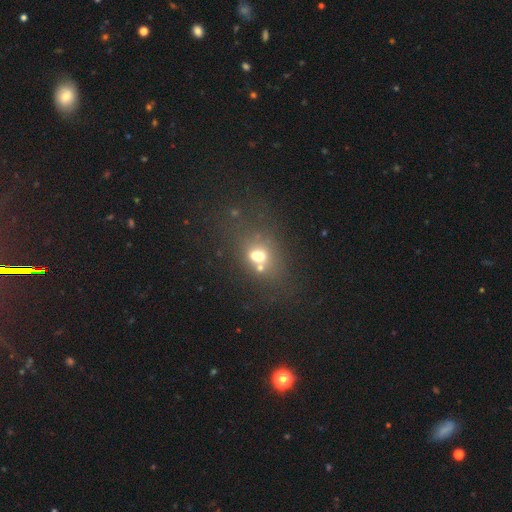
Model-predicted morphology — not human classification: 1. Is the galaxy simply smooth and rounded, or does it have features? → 57% smooth, 24% featured or disk, 19% star or artifact.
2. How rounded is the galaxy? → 54% in between, 44% round, 2% cigar-shaped.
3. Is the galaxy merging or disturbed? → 41% merger, 39% none, 12% minor disturbance, 9% major disturbance.